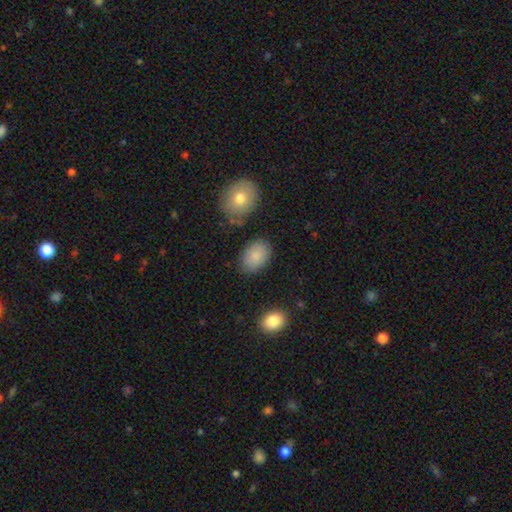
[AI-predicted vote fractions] Smooth or featured? Predicted: smooth (p=0.85). How rounded? Predicted: in between (p=0.86). Merging? Predicted: none (p=0.79).